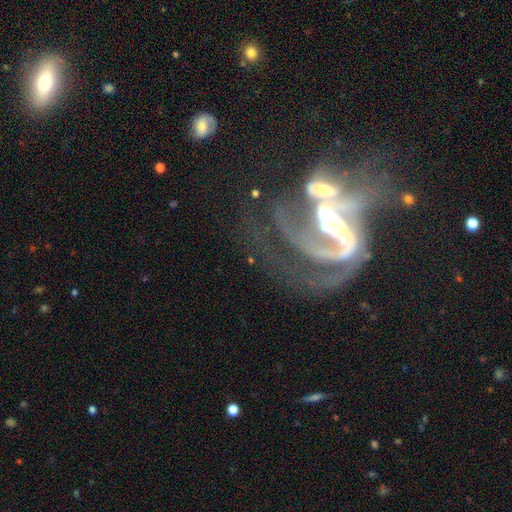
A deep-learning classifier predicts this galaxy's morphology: The model was most divided on "bulge size": small: 35%, moderate: 34%, none: 19%, large: 9%, dominant: 3%. Remaining: edge-on disk — no (94%); spiral arms — yes (82%); smooth or featured — featured or disk (82%); spiral arm count — 2 (49%); bar — strong (47%); spiral winding — medium (41%); merging — merger (37%).